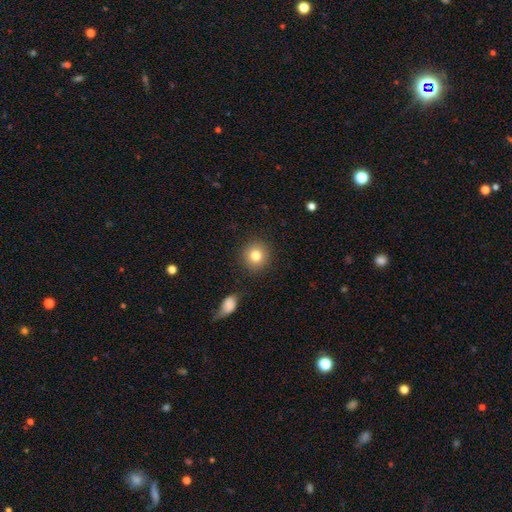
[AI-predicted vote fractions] This appears to be a smooth galaxy with no disk features (81%) that is round (90%). Merging: none (88%).